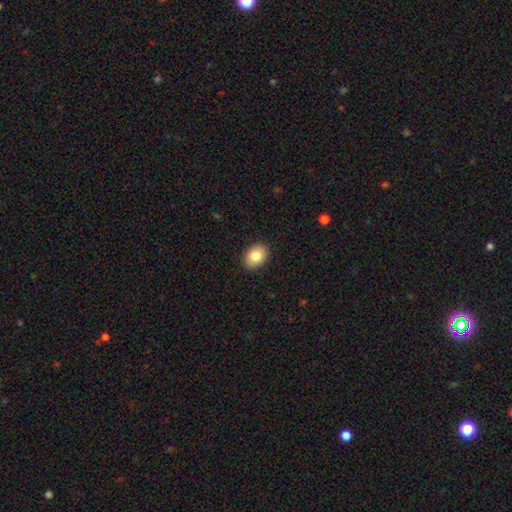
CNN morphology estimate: The model was most divided on "how rounded": in between: 68%, round: 31%, cigar-shaped: 1%. More confident: merging — none (90%); smooth or featured — smooth (84%).